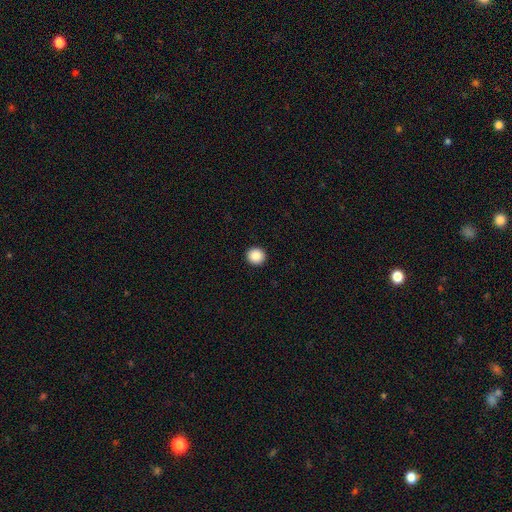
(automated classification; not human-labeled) smooth-or-featured: smooth: 88% | star or artifact: 9% | featured or disk: 3%
  how-rounded: round: 94% | in between: 5% | cigar-shaped: 1%
  merging: none: 94% | minor disturbance: 4% | major disturbance: 1% | merger: 1%